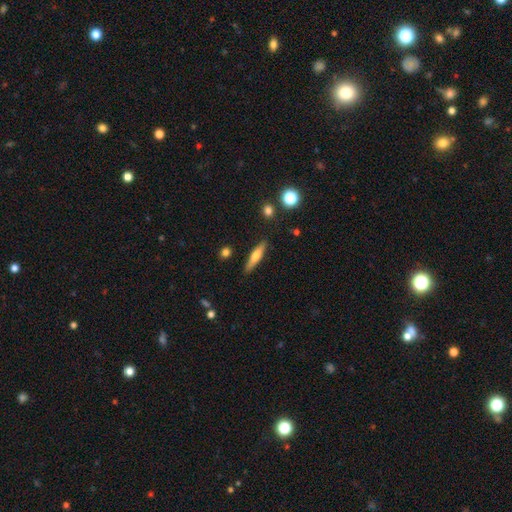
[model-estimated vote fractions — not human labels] A smooth galaxy with no disk features (57%) that is cigar-shaped (83%).

Vote fractions:
- Smooth or featured? smooth: 57% / featured or disk: 36% / star or artifact: 7%
- How rounded? cigar-shaped: 83% / in between: 14% / round: 2%
- Merging? none: 86% / minor disturbance: 10% / major disturbance: 2% / merger: 2%